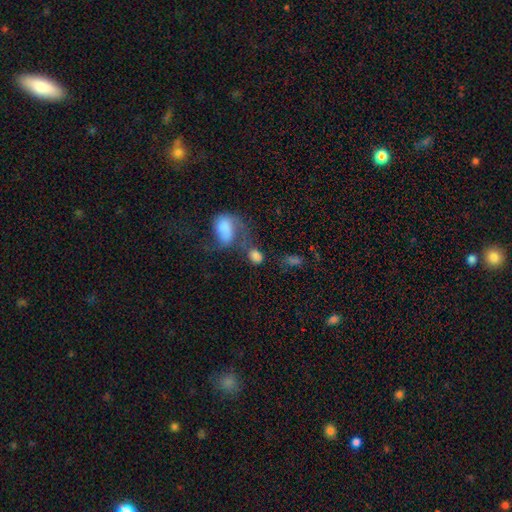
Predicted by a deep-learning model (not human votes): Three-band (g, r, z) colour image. It shows a smooth galaxy with no disk features (73%) that is in between round and cigar-shaped (66%). Merging: merger (47%).